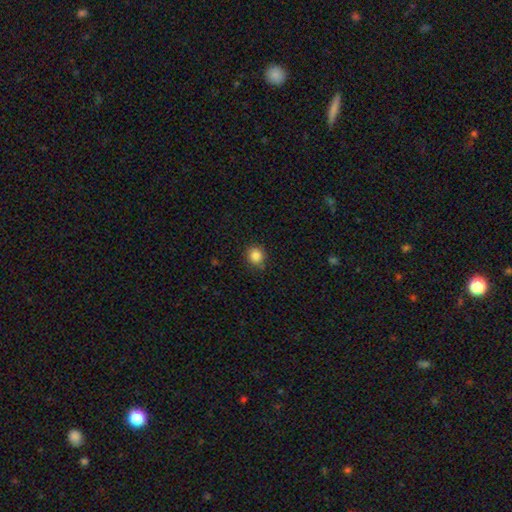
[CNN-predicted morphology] smooth_or_featured: smooth (p=0.85) [alt: star or artifact p=0.10]
how_rounded: round (p=0.86) [alt: in between p=0.13]
merging: none (p=0.84) [alt: minor disturbance p=0.12]